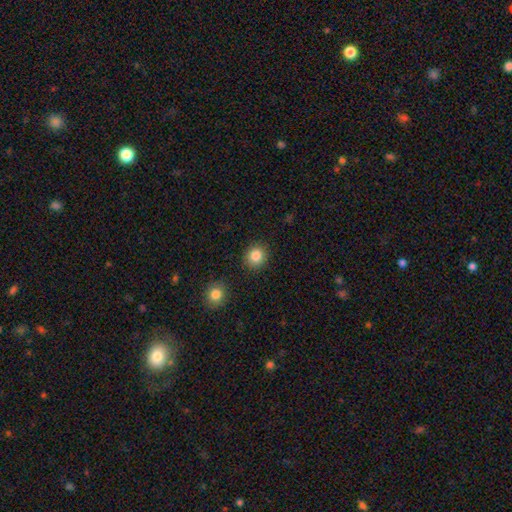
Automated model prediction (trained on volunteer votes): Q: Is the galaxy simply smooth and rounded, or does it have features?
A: smooth — 85%.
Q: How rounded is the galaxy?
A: round — 86%.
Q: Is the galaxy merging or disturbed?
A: none — 89%.